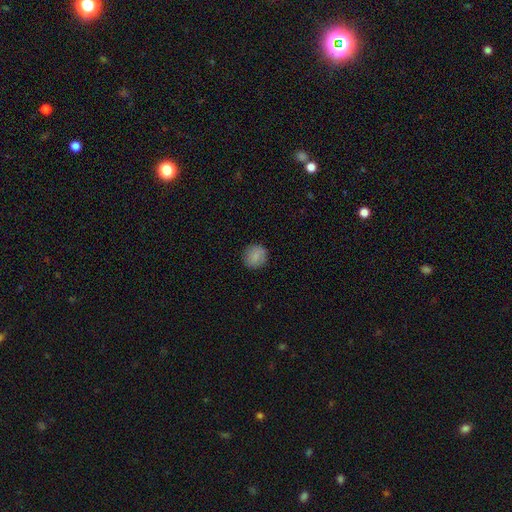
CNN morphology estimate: This appears to be a smooth galaxy with no disk features (84%) that is round (92%). Merging: none (89%).